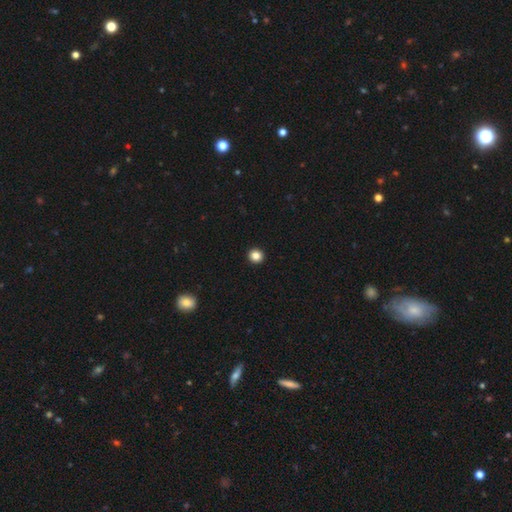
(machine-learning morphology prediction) type=smooth (85%); roundness=round (94%); merging=none (94%).